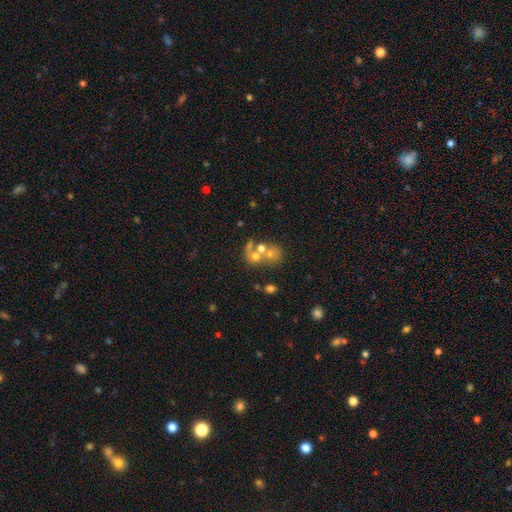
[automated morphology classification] Smooth or featured? Predicted: smooth (p=0.44). Merging? Predicted: merger (p=0.49).